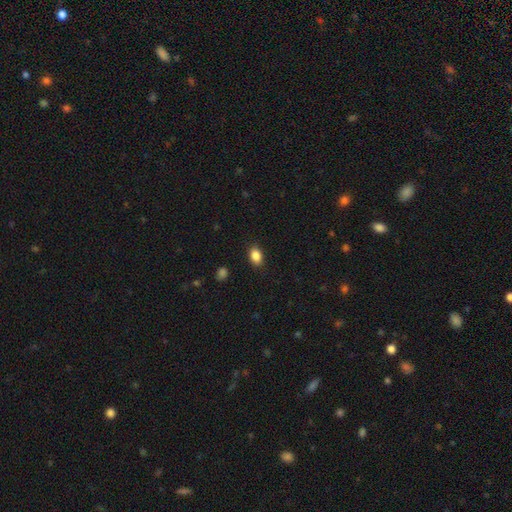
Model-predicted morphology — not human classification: smooth-or-featured: smooth: 87% | star or artifact: 9% | featured or disk: 4%
  how-rounded: in between: 83% | round: 15% | cigar-shaped: 2%
  merging: none: 88% | minor disturbance: 9% | major disturbance: 2% | merger: 1%